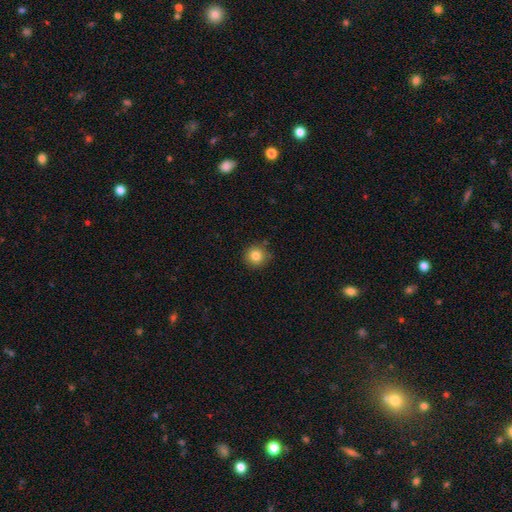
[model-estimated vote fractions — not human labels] Smooth or featured: smooth — 83% (star or artifact — 11%)
How rounded: round — 94% (in between — 5%)
Merging: none — 86% (minor disturbance — 10%)